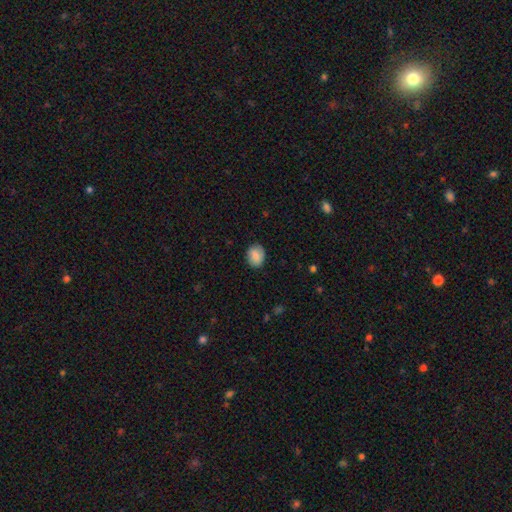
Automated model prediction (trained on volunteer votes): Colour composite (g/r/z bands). It shows a smooth galaxy with no disk features (85%) that is in between round and cigar-shaped (54%). Merging: none (84%).